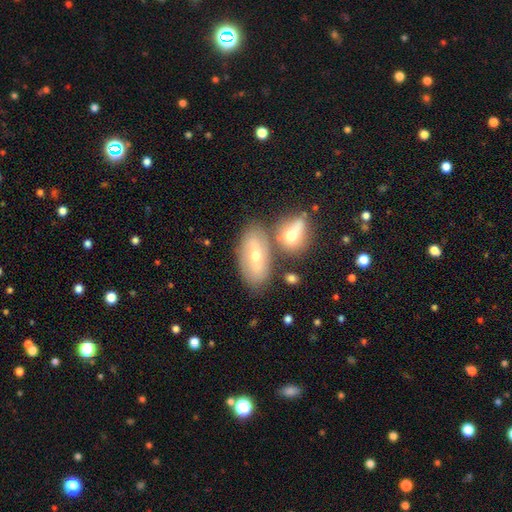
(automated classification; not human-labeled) This appears to be a featured or disk galaxy (49%). Merging: none (61%).